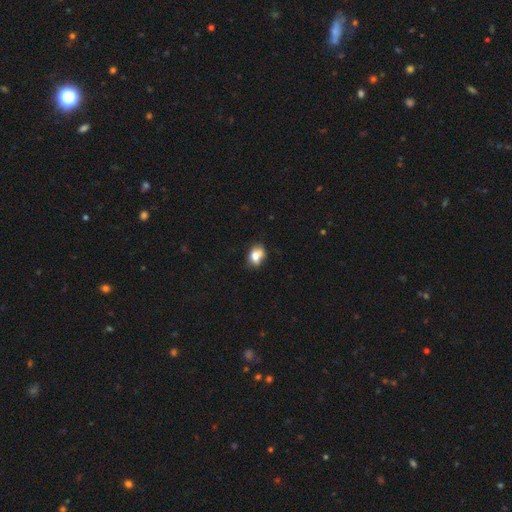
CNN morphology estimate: Smooth or featured?
  - smooth: 74% *
  - featured or disk: 15%
  - star or artifact: 11%
How rounded?
  - in between: 63% *
  - round: 36%
  - cigar-shaped: 1%
Merging?
  - none: 48% *
  - minor disturbance: 26%
  - merger: 18%
  - major disturbance: 8%